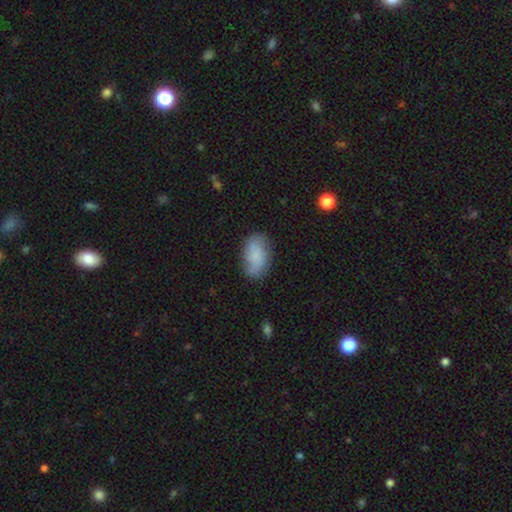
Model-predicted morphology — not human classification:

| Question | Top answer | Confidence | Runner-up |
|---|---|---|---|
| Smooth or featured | smooth | 66% | featured or disk (25%) |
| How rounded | in between | 91% | round (8%) |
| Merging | none | 65% | minor disturbance (25%) |